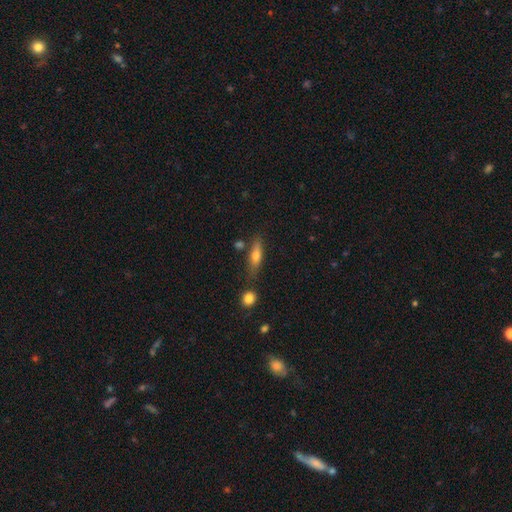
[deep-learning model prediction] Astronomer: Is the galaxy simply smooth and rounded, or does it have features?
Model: smooth — 62%.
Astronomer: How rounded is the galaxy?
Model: cigar-shaped — 60% (runner-up: in between, 37%).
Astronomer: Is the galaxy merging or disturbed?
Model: none — 71%.